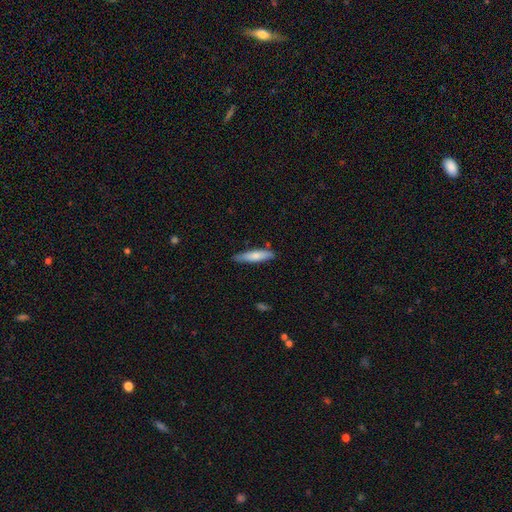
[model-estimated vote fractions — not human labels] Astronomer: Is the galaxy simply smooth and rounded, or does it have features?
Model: smooth — 72%.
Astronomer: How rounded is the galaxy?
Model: cigar-shaped — 78%.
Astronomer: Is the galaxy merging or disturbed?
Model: none — 80%.